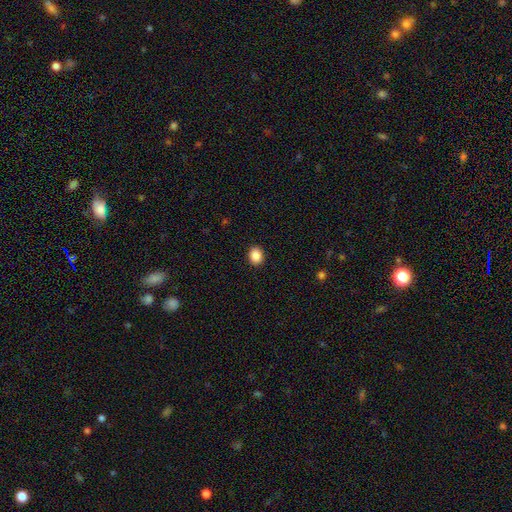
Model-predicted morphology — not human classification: Smooth or featured? smooth (86%)
How rounded? round (62%)
Merging? none (92%)